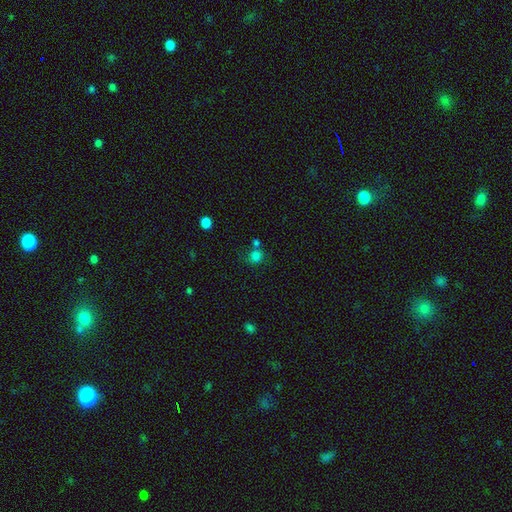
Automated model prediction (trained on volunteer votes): This is likely a smooth galaxy (78%). How rounded: clearly round (84%). Merging: possibly none (58%).